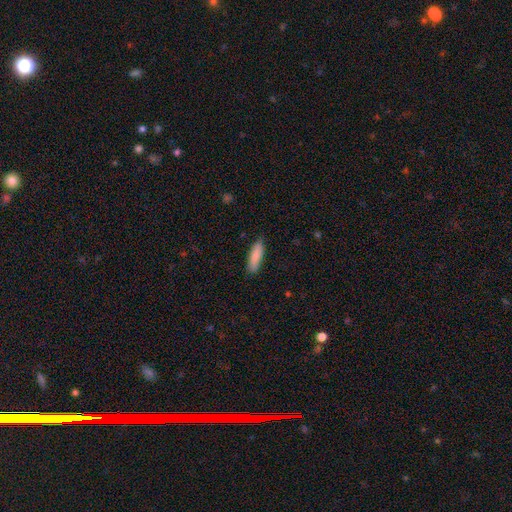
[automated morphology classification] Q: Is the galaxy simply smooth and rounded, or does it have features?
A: smooth — 87%.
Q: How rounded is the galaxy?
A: cigar-shaped — 59%.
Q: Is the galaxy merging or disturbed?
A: none — 84%.